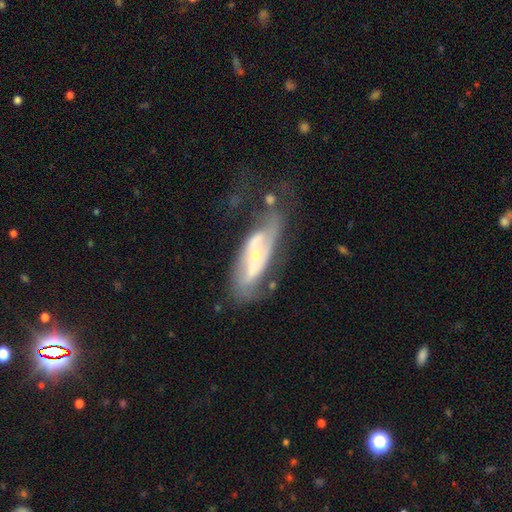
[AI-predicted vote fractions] Overall: featured or disk (74%). Edge-on disk: no (86%). Bar: no (56%; weak 29%). Spiral arms: yes (76%). Bulge size: small (63%; moderate 33%). Merging: none (37%; major disturbance 29%).